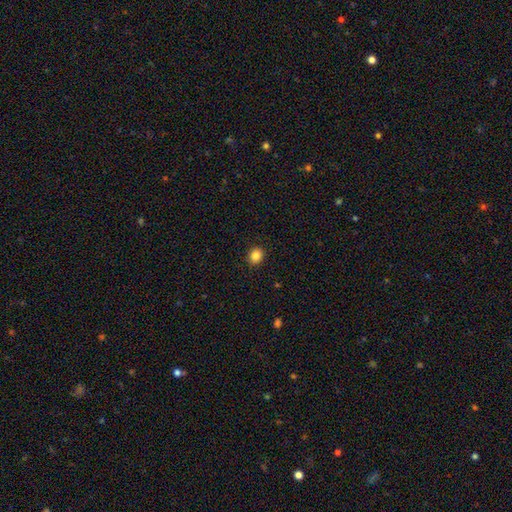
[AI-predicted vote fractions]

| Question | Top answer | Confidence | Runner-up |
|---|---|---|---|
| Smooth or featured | smooth | 86% | star or artifact (10%) |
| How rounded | round | 64% | in between (36%) |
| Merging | none | 91% | minor disturbance (7%) |